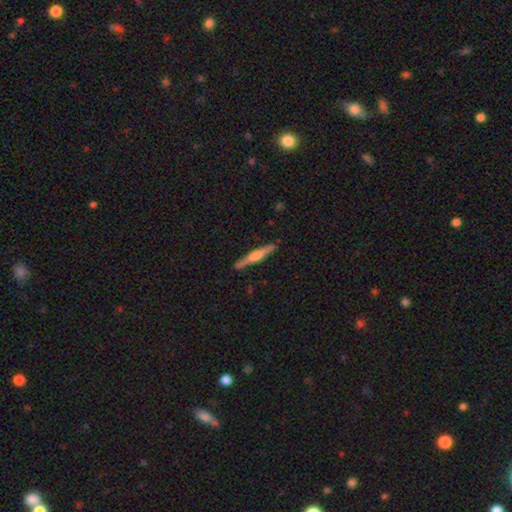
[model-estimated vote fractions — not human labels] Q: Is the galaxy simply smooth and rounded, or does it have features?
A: featured or disk — 62%.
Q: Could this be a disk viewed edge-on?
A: yes — 97%.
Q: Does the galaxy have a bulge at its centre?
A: rounded — 68%.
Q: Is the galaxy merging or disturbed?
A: none — 89%.